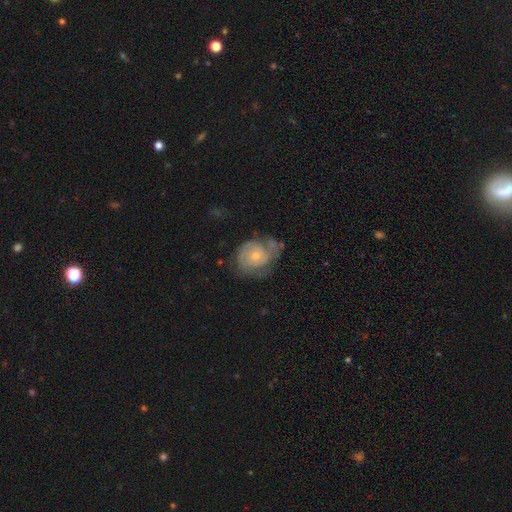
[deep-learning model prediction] A featured or disk galaxy (72%) with no bar (80%), 2 (41%) tight (60%) spiral arms (87%) and a small central bulge (54%). Merging: none (49%).